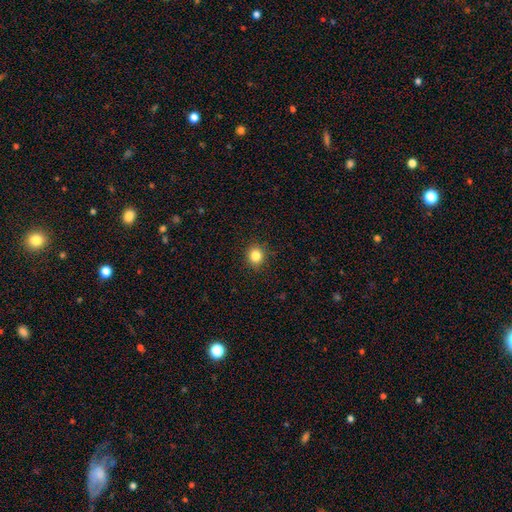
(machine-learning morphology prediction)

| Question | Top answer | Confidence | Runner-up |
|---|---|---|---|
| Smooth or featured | smooth | 84% | star or artifact (11%) |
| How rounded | round | 81% | in between (18%) |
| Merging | none | 90% | minor disturbance (7%) |